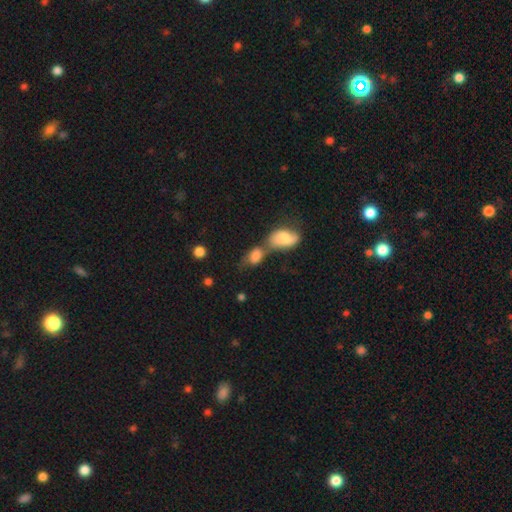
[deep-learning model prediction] Smooth or featured? smooth (74%)
How rounded? in between (83%)
Merging? merger (58%)